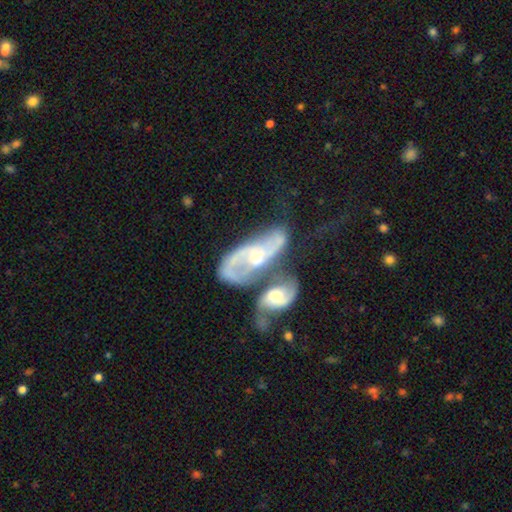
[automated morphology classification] A featured or disk galaxy (81%) with no bar (53%), 2 (78%) medium (42%) spiral arms (89%) and a moderate central bulge (59%).

Vote fractions:
- Smooth or featured? featured or disk: 81% / smooth: 13% / star or artifact: 6%
- Edge-on disk? no: 93% / yes: 7%
- Bar? no: 53% / weak: 36% / strong: 12%
- Spiral arms? yes: 89% / no: 11%
- Spiral winding? medium: 42% / loose: 39% / tight: 19%
- Spiral arm count? 2: 78% / can't tell: 12% / 1: 5% / 3: 2% / 4: 1% / more than 4: 1%
- Bulge size? moderate: 59% / small: 28% / large: 7% / none: 5% / dominant: 1%
- Merging? merger: 66% / none: 14% / major disturbance: 12% / minor disturbance: 8%